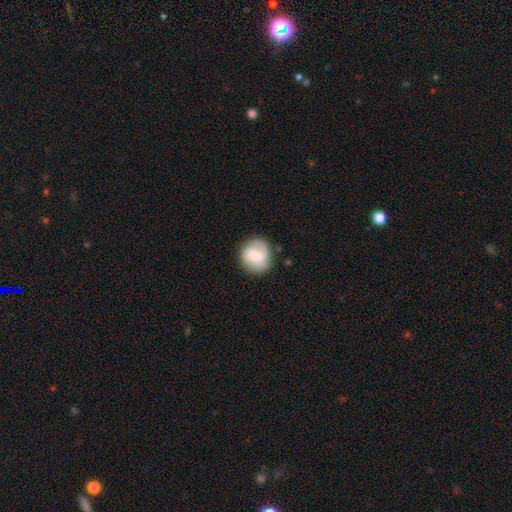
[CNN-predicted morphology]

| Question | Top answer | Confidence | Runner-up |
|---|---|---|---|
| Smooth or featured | smooth | 52% | featured or disk (42%) |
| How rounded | round | 84% | in between (15%) |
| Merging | none | 78% | minor disturbance (15%) |